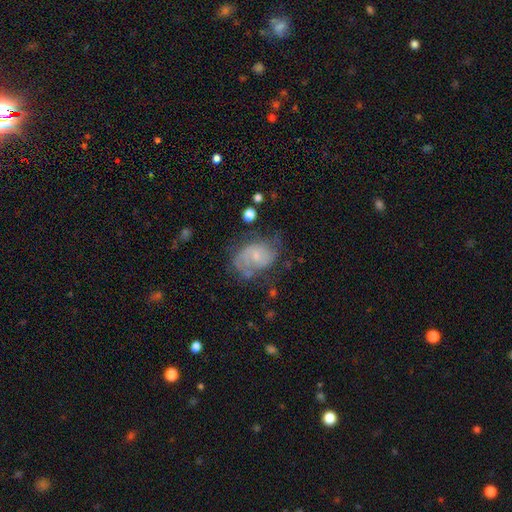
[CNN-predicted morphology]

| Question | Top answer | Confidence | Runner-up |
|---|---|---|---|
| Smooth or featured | featured or disk | 67% | smooth (24%) |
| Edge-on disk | no | 97% | yes (3%) |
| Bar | no | 66% | weak (30%) |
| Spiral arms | yes | 84% | no (16%) |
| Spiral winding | medium | 40% | tight (39%) |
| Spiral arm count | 2 | 44% | can't tell (31%) |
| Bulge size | small | 71% | moderate (20%) |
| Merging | none | 50% | minor disturbance (26%) |